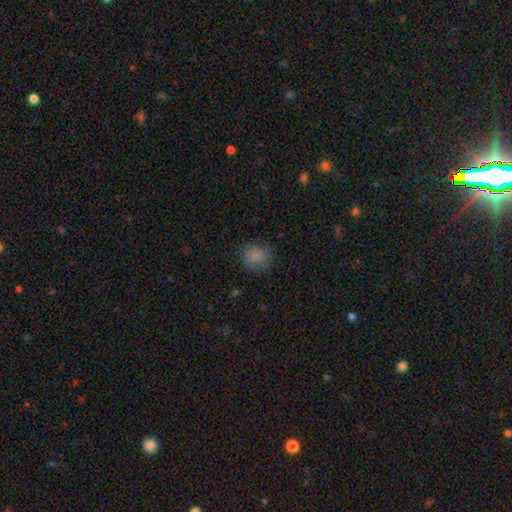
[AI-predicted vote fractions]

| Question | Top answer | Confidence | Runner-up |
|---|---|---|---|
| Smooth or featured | smooth | 83% | star or artifact (11%) |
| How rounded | round | 81% | in between (18%) |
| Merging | none | 79% | minor disturbance (15%) |